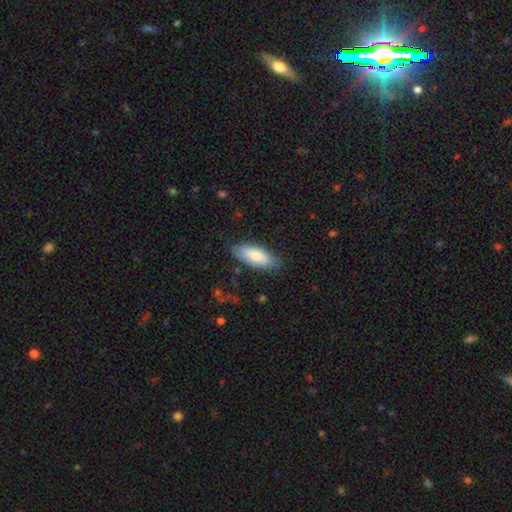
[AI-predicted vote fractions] A smooth galaxy with no disk features (76%) that is in between round and cigar-shaped (78%). Merging: none (81%).